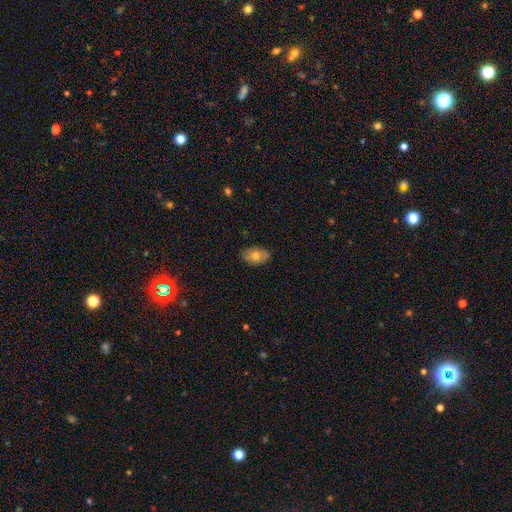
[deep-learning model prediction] This is likely a smooth galaxy (63%). How rounded: clearly in between (88%). Merging: clearly none (83%).